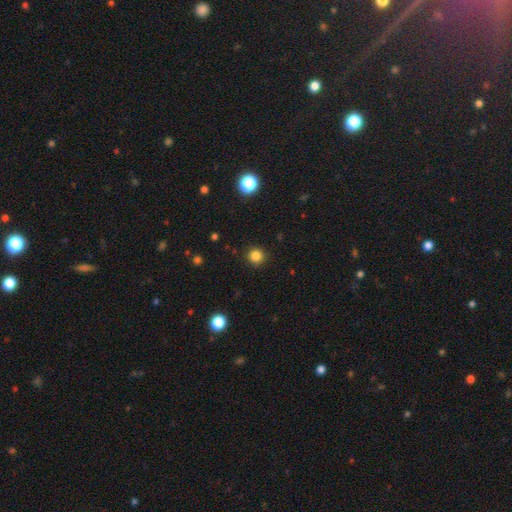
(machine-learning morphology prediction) Smooth or featured? smooth (84%)
How rounded? round (94%)
Merging? none (91%)